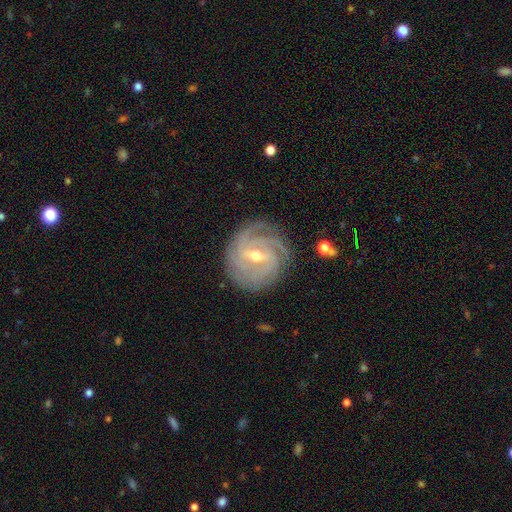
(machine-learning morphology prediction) smooth-or-featured: featured or disk: 89% | smooth: 5% | star or artifact: 5%
  disk-edge-on: no: 97% | yes: 3%
    bar: weak: 54% | strong: 32% | no: 14%
    has-spiral-arms: yes: 98% | no: 2%
      spiral-winding: tight: 75% | medium: 22% | loose: 4%
      spiral-arm-count: 4: 33% | 3: 29% | can't tell: 16% | 2: 9% | more than 4: 6% | 1: 5%
    bulge-size: moderate: 54% | small: 43% | large: 2% | none: 1% | dominant: 1%
  merging: none: 81% | minor disturbance: 14% | major disturbance: 4% | merger: 1%